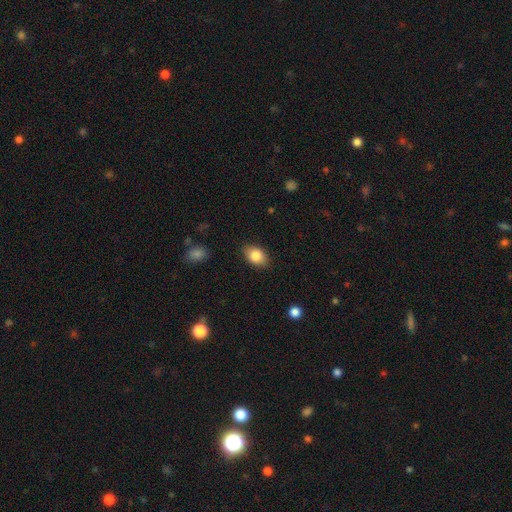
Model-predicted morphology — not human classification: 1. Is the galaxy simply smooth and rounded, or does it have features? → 85% smooth, 8% featured or disk, 8% star or artifact.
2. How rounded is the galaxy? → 82% in between, 16% round, 1% cigar-shaped.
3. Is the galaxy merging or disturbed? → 85% none, 11% minor disturbance, 3% major disturbance, 1% merger.